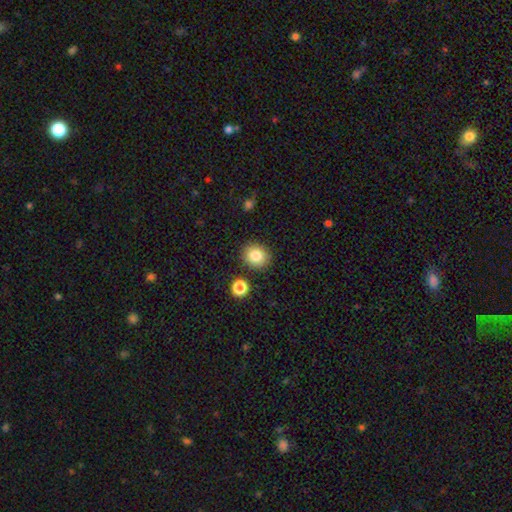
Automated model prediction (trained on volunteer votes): Smooth or featured: smooth — 83% (star or artifact — 10%)
How rounded: round — 76% (in between — 24%)
Merging: none — 87% (minor disturbance — 8%)